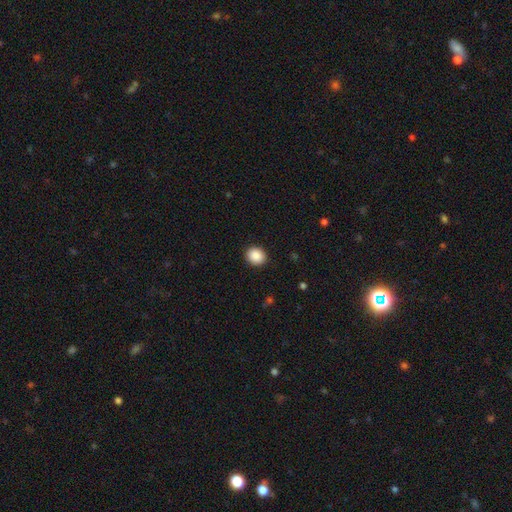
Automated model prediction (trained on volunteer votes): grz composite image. It shows a smooth galaxy with no disk features (89%) that is round (70%). Merging: none (91%).